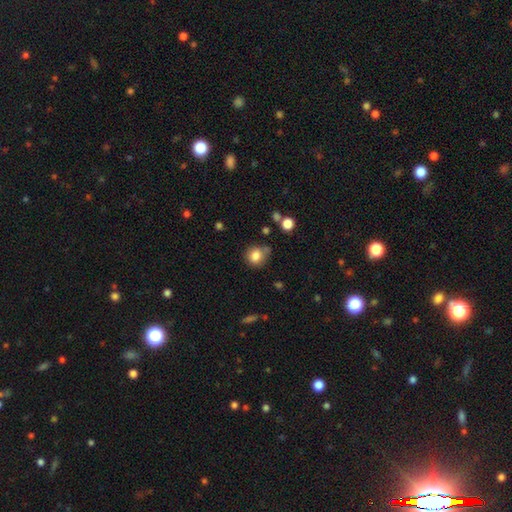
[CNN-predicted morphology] Smooth or featured?
  - smooth: 83% *
  - star or artifact: 10%
  - featured or disk: 7%
How rounded?
  - round: 77% *
  - in between: 22%
  - cigar-shaped: 1%
Merging?
  - none: 64% *
  - minor disturbance: 23%
  - merger: 7%
  - major disturbance: 6%